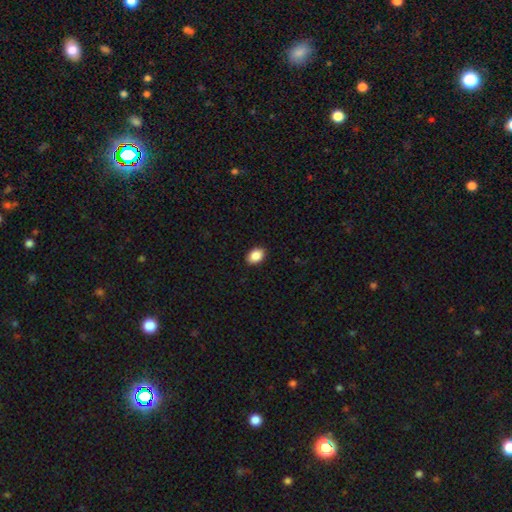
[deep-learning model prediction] smooth-or-featured: smooth: 89% | star or artifact: 8% | featured or disk: 4%
  how-rounded: in between: 82% | round: 17% | cigar-shaped: 1%
  merging: none: 90% | minor disturbance: 7% | major disturbance: 2% | merger: 1%